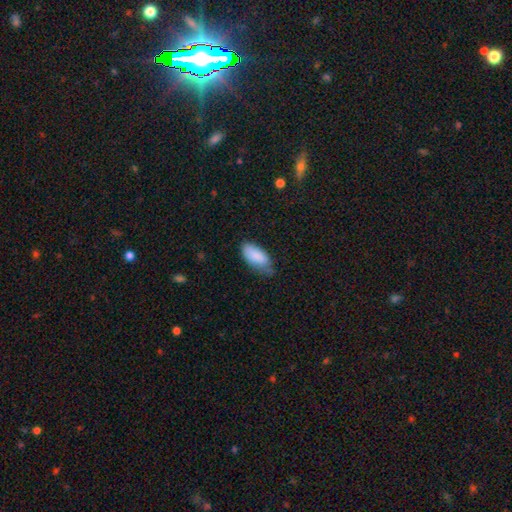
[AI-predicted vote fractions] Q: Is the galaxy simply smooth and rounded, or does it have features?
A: smooth — 87%.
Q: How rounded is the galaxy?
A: in between — 91%.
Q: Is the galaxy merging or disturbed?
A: none — 48%.